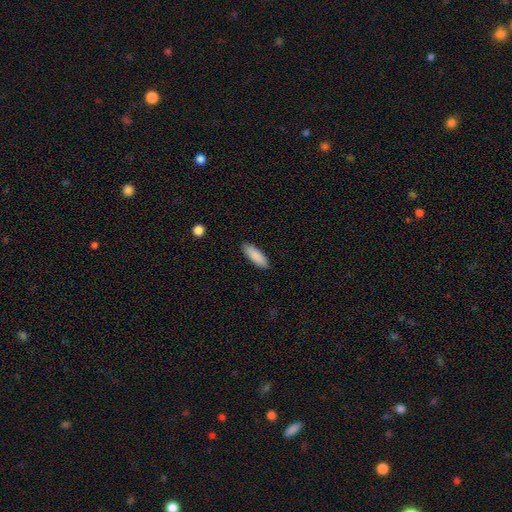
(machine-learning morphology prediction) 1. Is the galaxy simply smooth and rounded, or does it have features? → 89% smooth, 6% star or artifact, 5% featured or disk.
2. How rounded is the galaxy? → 62% in between, 36% cigar-shaped, 2% round.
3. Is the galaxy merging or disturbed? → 89% none, 8% minor disturbance, 2% major disturbance, 1% merger.